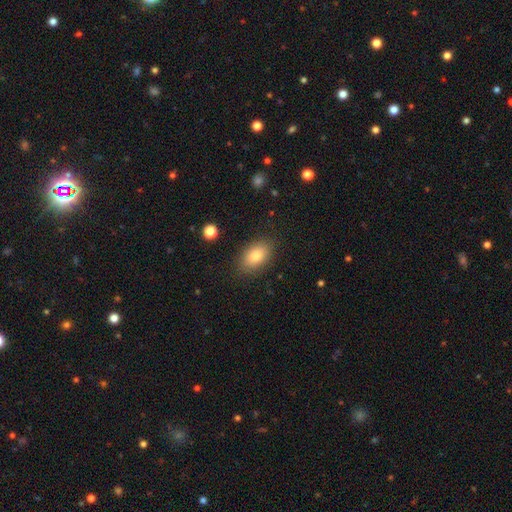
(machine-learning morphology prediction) type=smooth (82%); roundness=in between (89%); merging=none (85%).